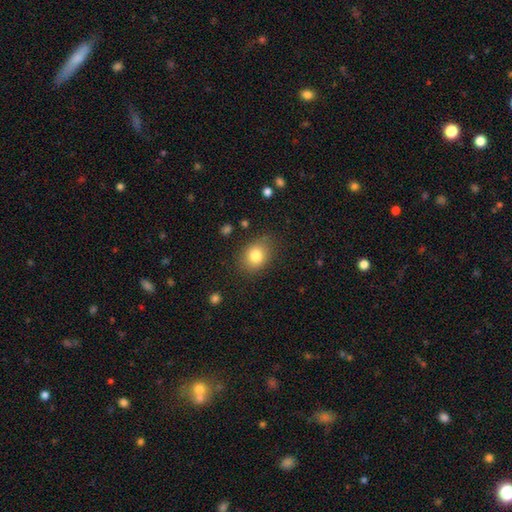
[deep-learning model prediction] smooth 81%, star or artifact 10%, featured or disk 9%. Down the decision tree: how rounded — in between (51%); merging — none (79%).